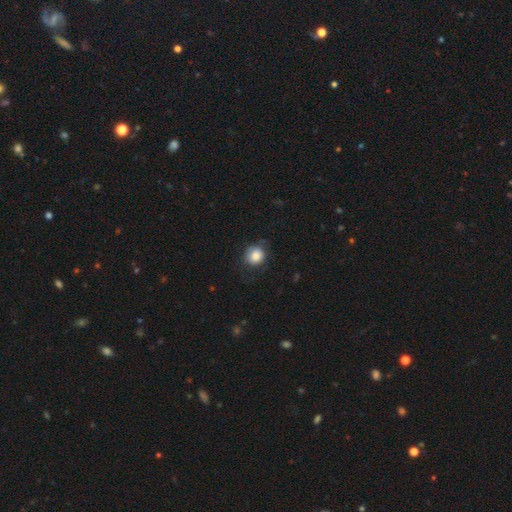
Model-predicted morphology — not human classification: A smooth galaxy with no disk features (84%) that is round (86%). Merging: none (74%).